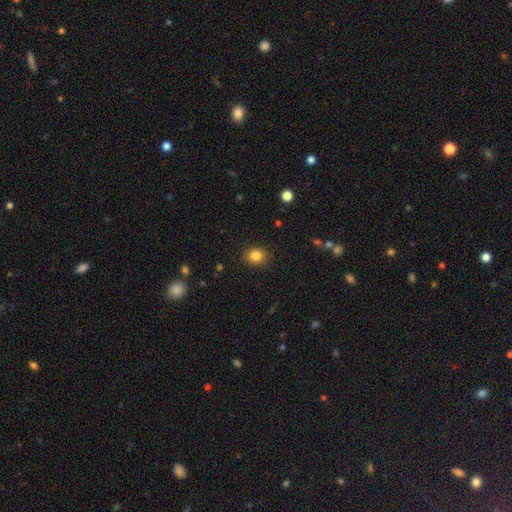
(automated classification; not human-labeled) A smooth galaxy with no disk features (84%) that is round (66%). Merging: none (89%).